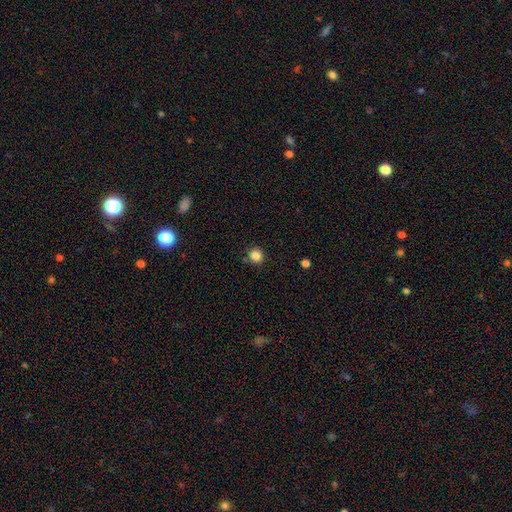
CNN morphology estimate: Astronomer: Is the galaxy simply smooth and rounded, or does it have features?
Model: smooth — 84%.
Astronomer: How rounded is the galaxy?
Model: round — 90%.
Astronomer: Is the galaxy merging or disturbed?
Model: none — 85%.